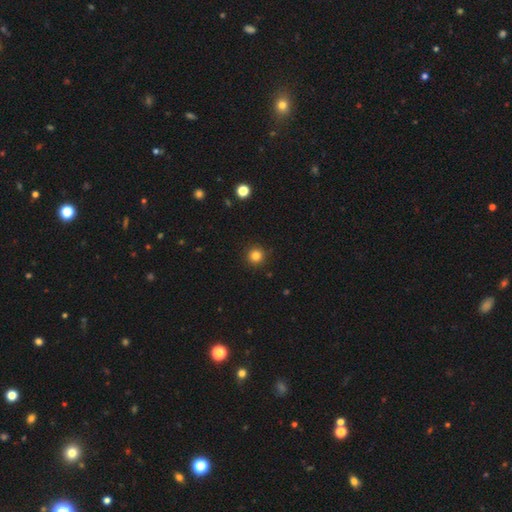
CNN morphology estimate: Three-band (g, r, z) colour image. It shows a smooth galaxy with no disk features (83%) that is round (95%). Merging: none (92%).